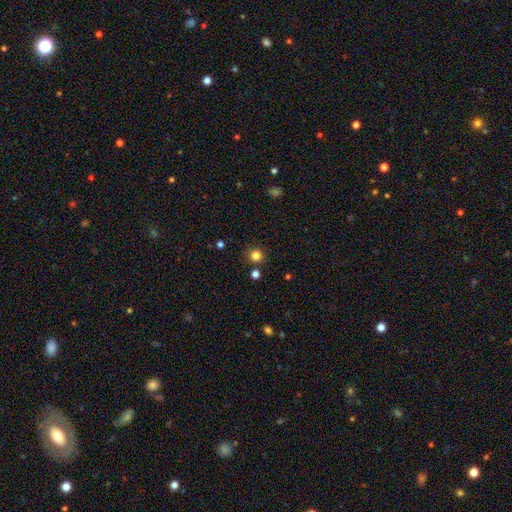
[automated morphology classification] Smooth or featured?
  - smooth: 82% *
  - star or artifact: 14%
  - featured or disk: 4%
How rounded?
  - round: 93% *
  - in between: 6%
  - cigar-shaped: 1%
Merging?
  - none: 87% *
  - minor disturbance: 7%
  - merger: 4%
  - major disturbance: 2%